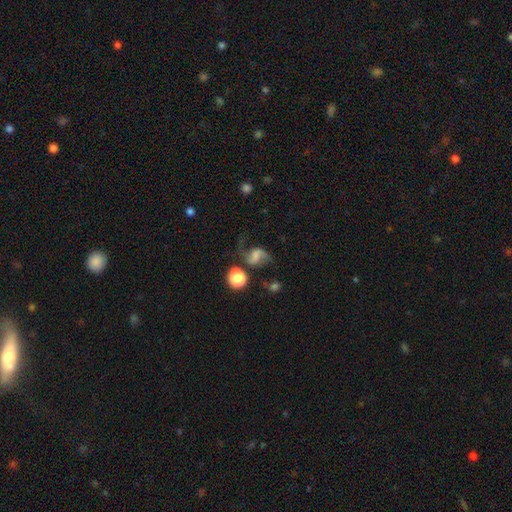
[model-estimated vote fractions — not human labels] A featured or disk galaxy (68%) with a weak bar (41%), 2 (90%) loose (71%) spiral arms (93%) and no central bulge (38%). Merging: none (57%).